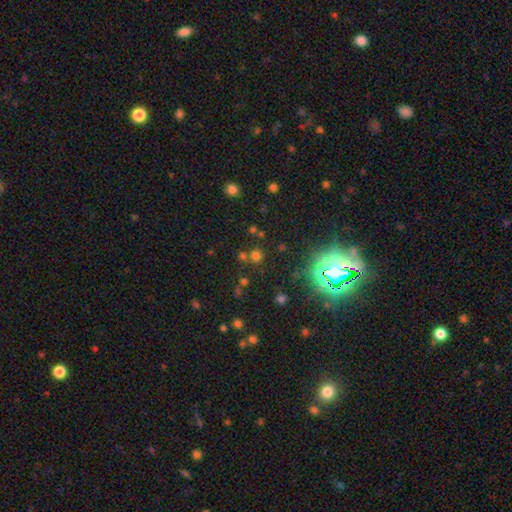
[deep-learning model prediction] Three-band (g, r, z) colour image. It shows a smooth galaxy with no disk features (57%) that is round (91%). Merging: none (73%).